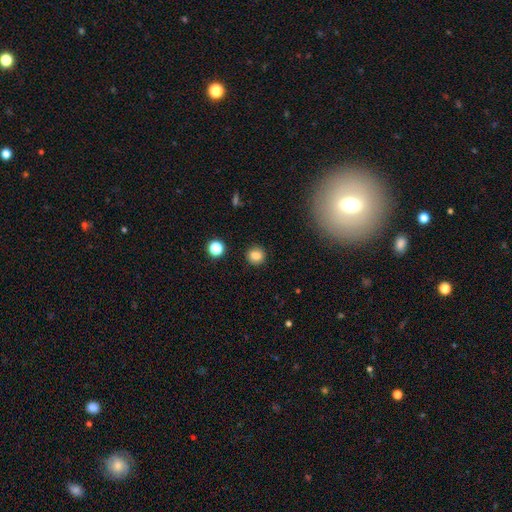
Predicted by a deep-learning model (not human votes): smooth-or-featured: smooth: 82% | star or artifact: 11% | featured or disk: 6%
  how-rounded: round: 85% | in between: 14% | cigar-shaped: 1%
  merging: none: 88% | minor disturbance: 8% | major disturbance: 2% | merger: 2%